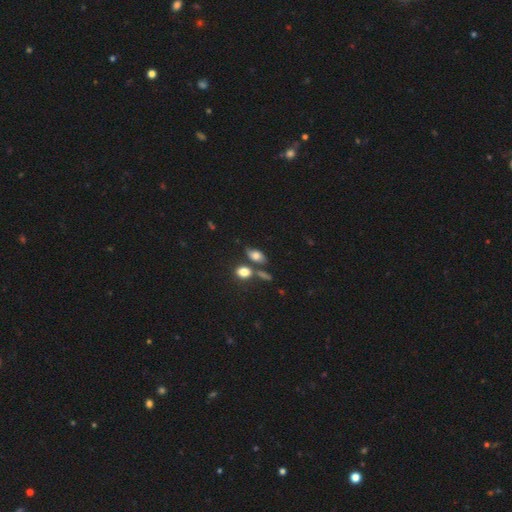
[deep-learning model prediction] Smooth or featured?
  - smooth: 68% *
  - featured or disk: 20%
  - star or artifact: 12%
How rounded?
  - in between: 80% *
  - round: 14%
  - cigar-shaped: 6%
Merging?
  - none: 52% *
  - merger: 23%
  - minor disturbance: 17%
  - major disturbance: 7%